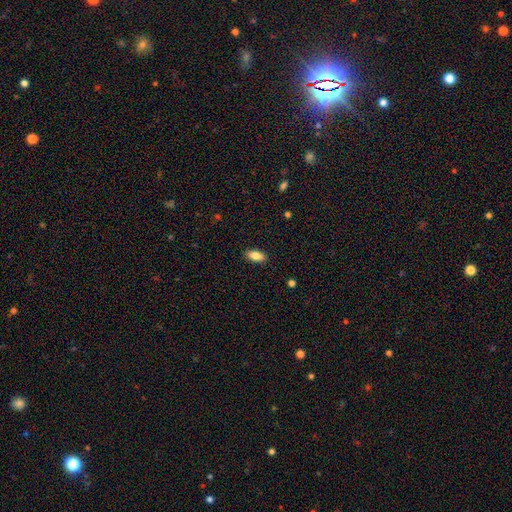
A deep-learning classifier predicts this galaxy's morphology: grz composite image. It shows a smooth galaxy with no disk features (84%) that is in between round and cigar-shaped (84%). Merging: none (89%).